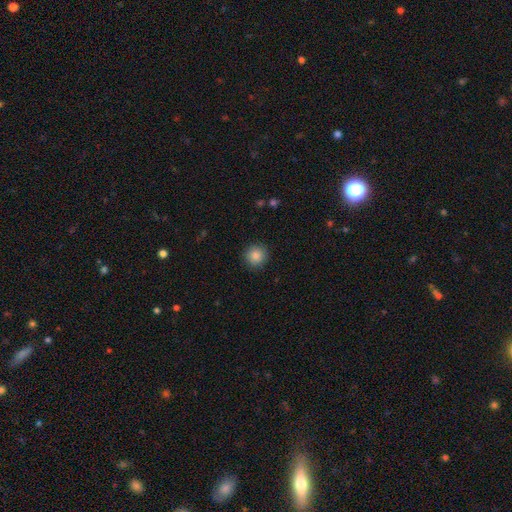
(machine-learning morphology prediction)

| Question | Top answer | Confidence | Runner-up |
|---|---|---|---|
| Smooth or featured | smooth | 86% | star or artifact (9%) |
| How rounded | round | 94% | in between (5%) |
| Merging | none | 90% | minor disturbance (7%) |